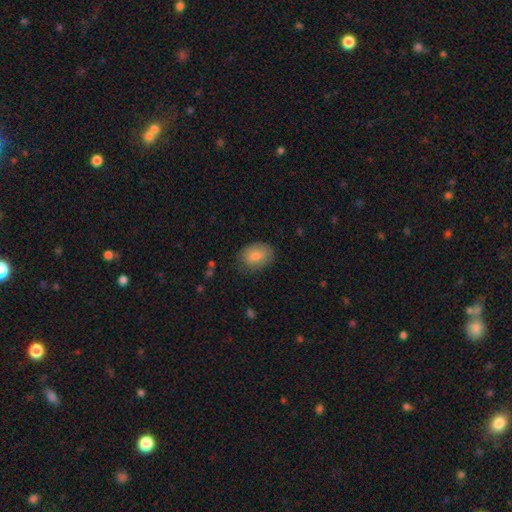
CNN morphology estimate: The model was most divided on "merging": none: 74%, minor disturbance: 20%, major disturbance: 5%, merger: 1%. More confident: smooth or featured — smooth (82%); how rounded — in between (78%).